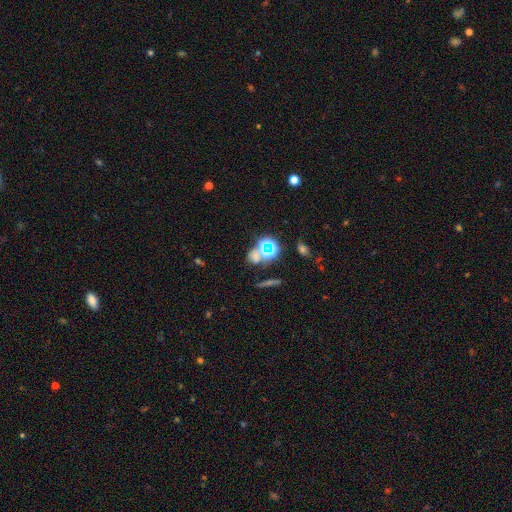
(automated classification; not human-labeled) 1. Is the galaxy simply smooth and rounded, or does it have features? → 49% star or artifact, 37% smooth, 14% featured or disk.